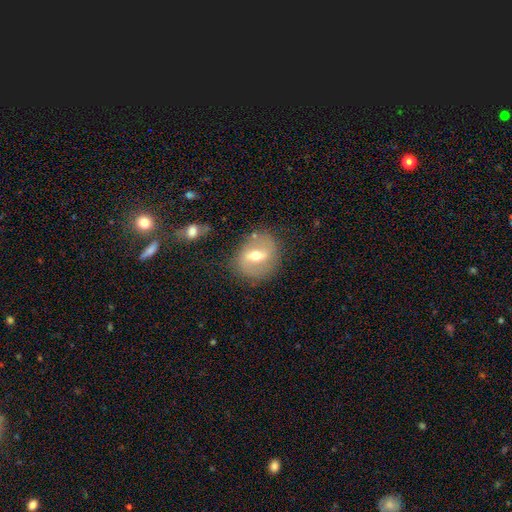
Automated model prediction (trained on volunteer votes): featured or disk 62%, smooth 29%, star or artifact 9%. Down the decision tree: edge-on disk — no (93%); bar — weak (44%); spiral arms — yes (63%); bulge size — moderate (72%); merging — none (80%).